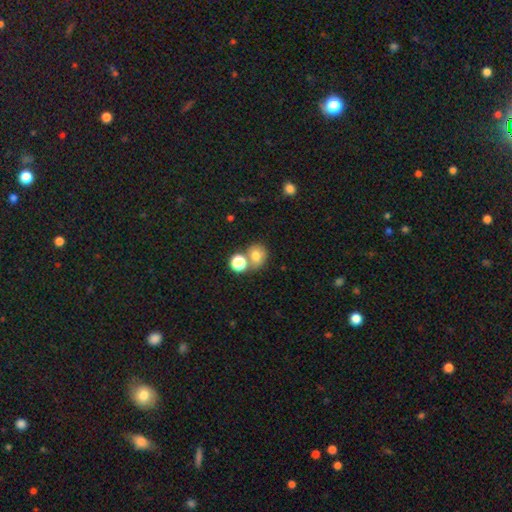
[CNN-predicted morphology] Smooth or featured: smooth — 74% (star or artifact — 14%)
How rounded: round — 70% (in between — 29%)
Merging: none — 50% (merger — 34%)